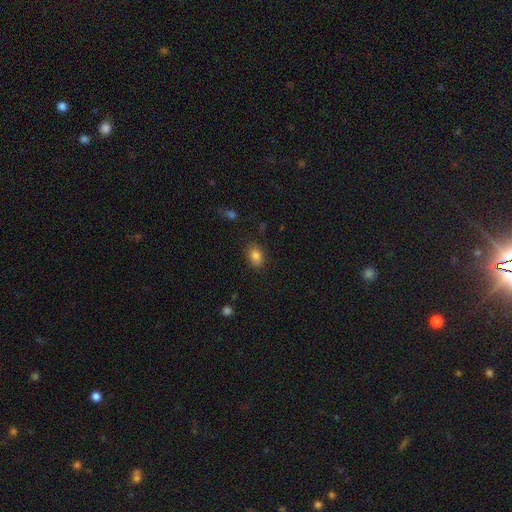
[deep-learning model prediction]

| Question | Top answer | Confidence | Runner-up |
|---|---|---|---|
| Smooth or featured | smooth | 84% | star or artifact (10%) |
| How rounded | in between | 76% | round (23%) |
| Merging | none | 81% | minor disturbance (14%) |